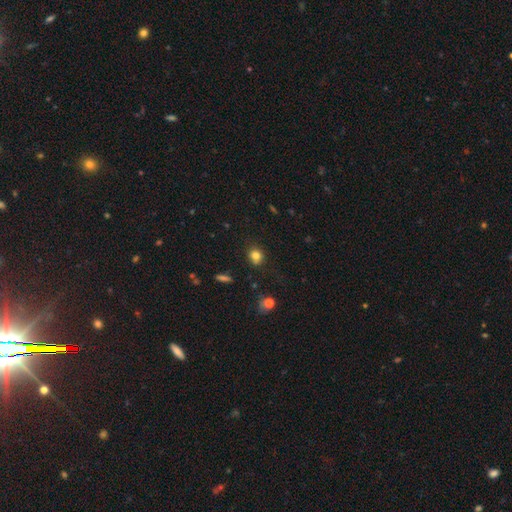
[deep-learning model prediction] This appears to be a smooth galaxy with no disk features (79%) that is round (76%). Merging: none (77%).